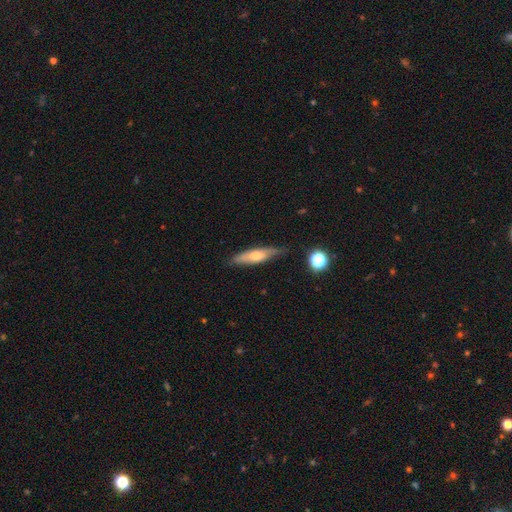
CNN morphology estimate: Q: Smooth or featured?
A: smooth (54%); runner-up: featured or disk (39%)
Q: How rounded?
A: cigar-shaped (68%); runner-up: in between (29%)
Q: Merging?
A: none (74%); runner-up: minor disturbance (20%)